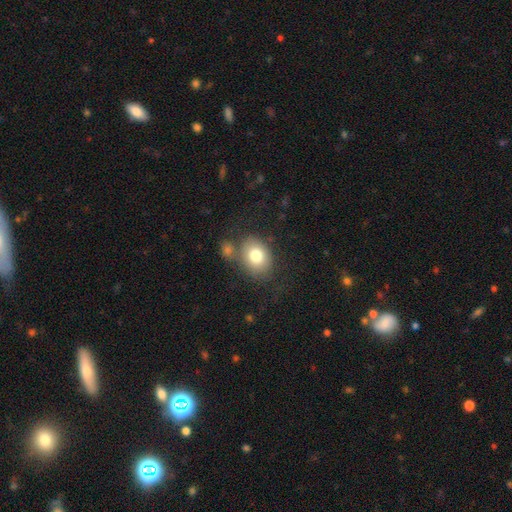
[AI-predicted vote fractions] Overall: smooth (78%). How rounded: in between (54%; round 45%). Merging: none (62%).